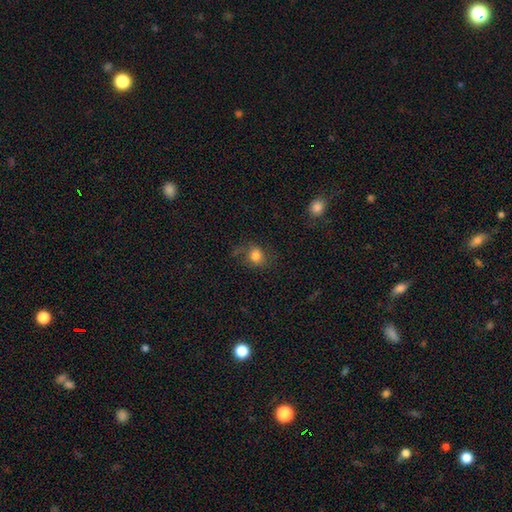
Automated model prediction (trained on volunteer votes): smooth 77%, star or artifact 12%, featured or disk 10%. Down the decision tree: how rounded — round (71%); merging — none (61%).